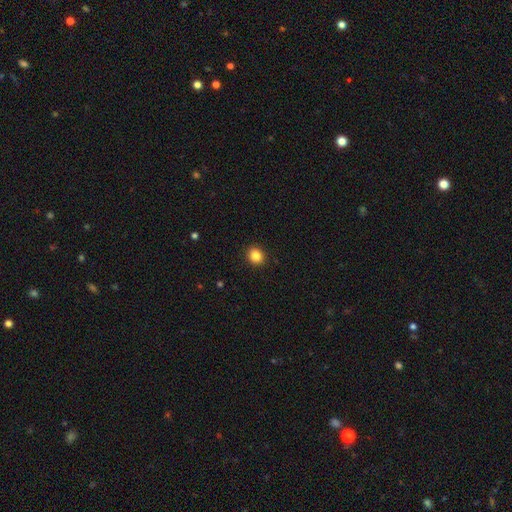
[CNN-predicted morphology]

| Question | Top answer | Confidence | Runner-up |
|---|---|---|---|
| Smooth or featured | smooth | 86% | star or artifact (10%) |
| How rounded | round | 74% | in between (25%) |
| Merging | none | 92% | minor disturbance (6%) |